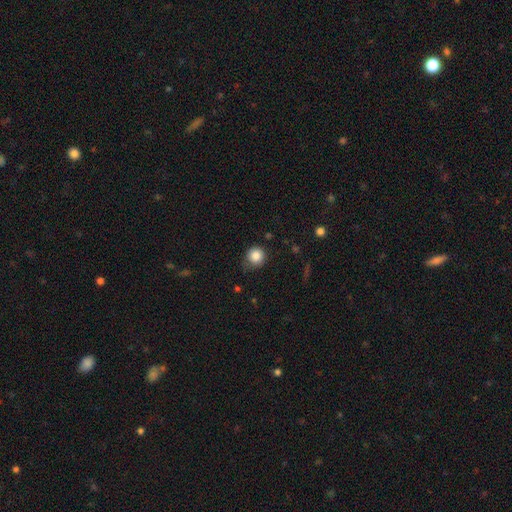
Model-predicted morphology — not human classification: This is clearly a smooth galaxy (85%). How rounded: clearly round (92%). Merging: likely none (71%).